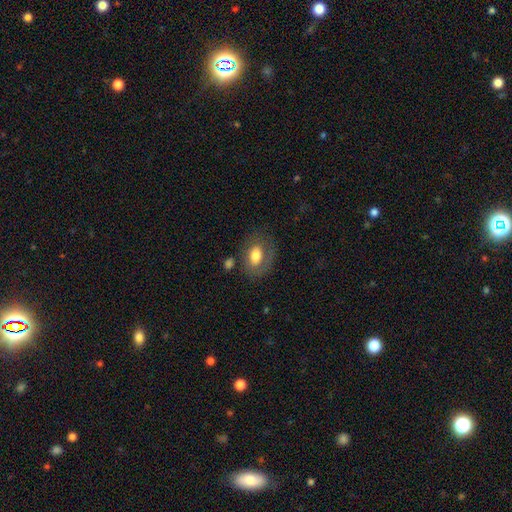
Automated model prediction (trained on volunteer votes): Q: Smooth or featured?
A: smooth (68%); runner-up: featured or disk (25%)
Q: How rounded?
A: in between (82%); runner-up: round (17%)
Q: Merging?
A: none (63%); runner-up: minor disturbance (20%)